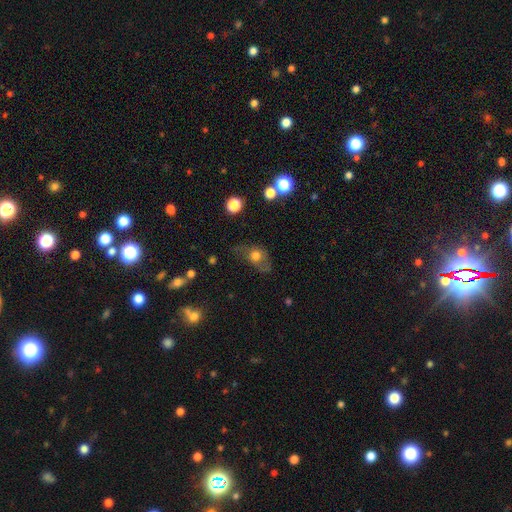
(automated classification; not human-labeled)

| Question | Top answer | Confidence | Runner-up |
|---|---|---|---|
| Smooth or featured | smooth | 62% | featured or disk (25%) |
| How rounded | in between | 52% | round (46%) |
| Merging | none | 45% | minor disturbance (29%) |